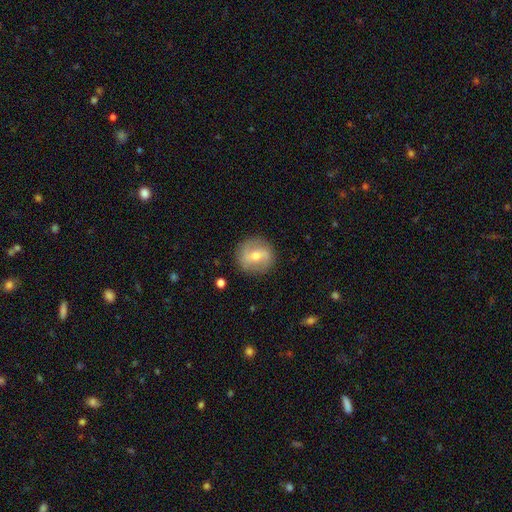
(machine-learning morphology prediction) featured or disk 61%, smooth 31%, star or artifact 8%. Down the decision tree: edge-on disk — no (94%); bar — weak (43%); spiral arms — yes (71%); bulge size — moderate (60%); merging — none (86%).